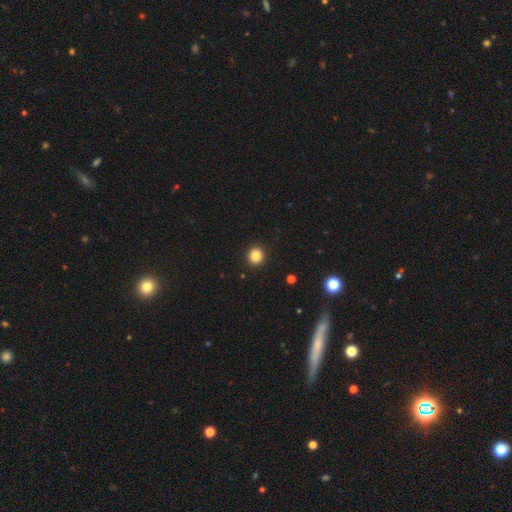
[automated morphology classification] Q: Smooth or featured?
A: smooth (86%); runner-up: star or artifact (10%)
Q: How rounded?
A: round (86%); runner-up: in between (13%)
Q: Merging?
A: none (92%); runner-up: minor disturbance (5%)